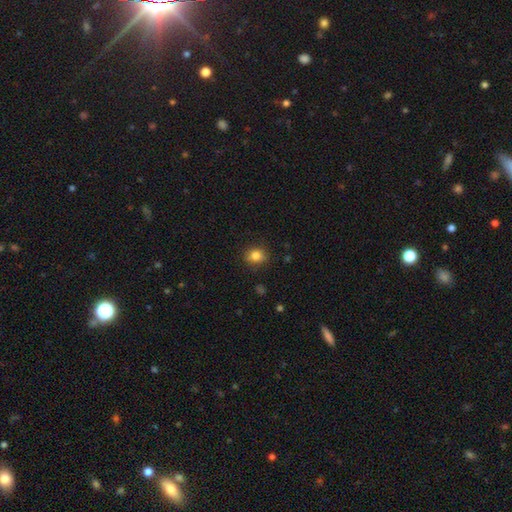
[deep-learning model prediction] Smooth or featured?
  - smooth: 83% *
  - star or artifact: 11%
  - featured or disk: 6%
How rounded?
  - round: 65% *
  - in between: 34%
  - cigar-shaped: 1%
Merging?
  - none: 87% *
  - minor disturbance: 10%
  - major disturbance: 2%
  - merger: 1%